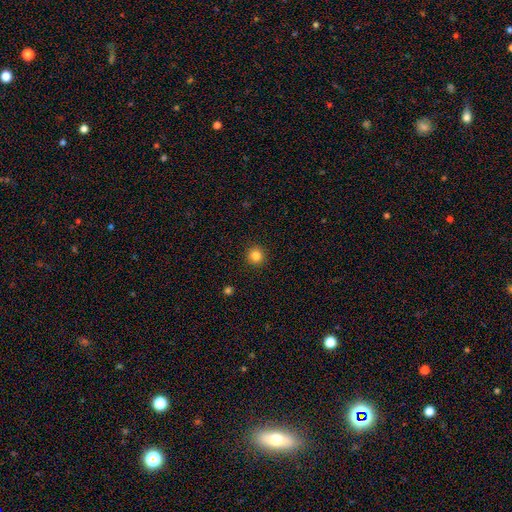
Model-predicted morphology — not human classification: smooth 83%, star or artifact 12%, featured or disk 5%. Down the decision tree: how rounded — round (95%); merging — none (93%).